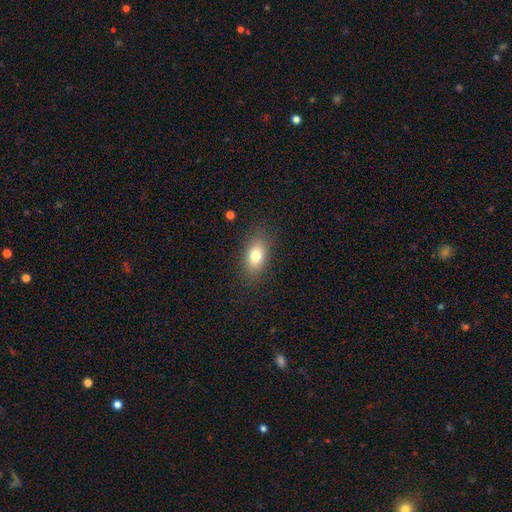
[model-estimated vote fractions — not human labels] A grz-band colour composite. It shows a smooth galaxy with no disk features (76%) that is in between round and cigar-shaped (84%). Merging: none (85%).